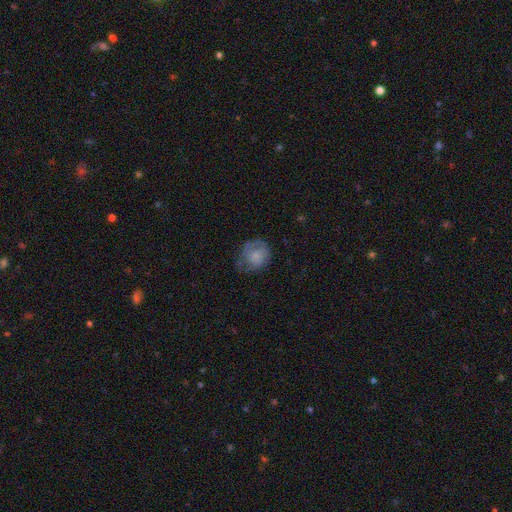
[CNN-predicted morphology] Smooth or featured: smooth — 63% (featured or disk — 29%)
How rounded: round — 75% (in between — 24%)
Merging: none — 55% (minor disturbance — 28%)